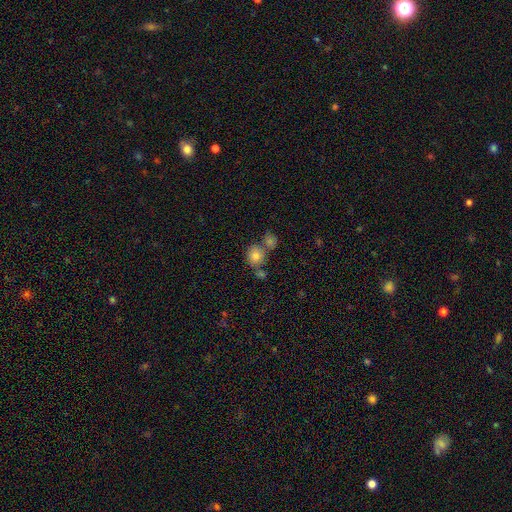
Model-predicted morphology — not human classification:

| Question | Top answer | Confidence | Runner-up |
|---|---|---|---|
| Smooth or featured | smooth | 80% | star or artifact (11%) |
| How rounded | round | 80% | in between (19%) |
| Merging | none | 54% | merger (31%) |